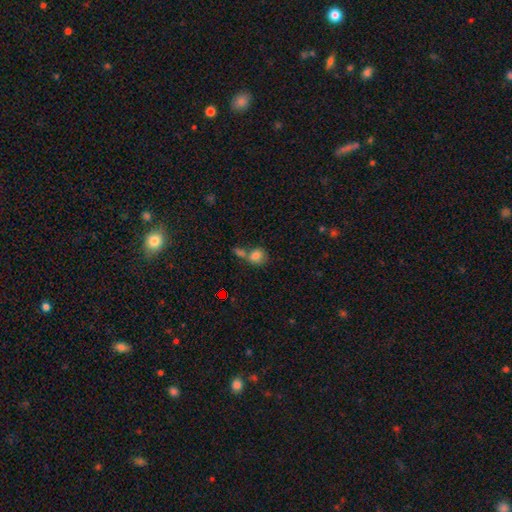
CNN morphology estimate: Overall: smooth (79%). How rounded: round (65%; in between 33%). Merging: none (43%; merger 40%).